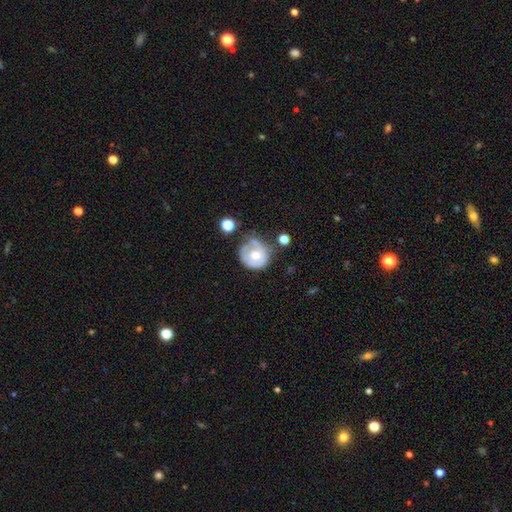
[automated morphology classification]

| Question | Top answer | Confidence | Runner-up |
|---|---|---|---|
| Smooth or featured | featured or disk | 51% | smooth (42%) |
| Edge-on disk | no | 97% | yes (3%) |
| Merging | none | 41% | minor disturbance (30%) |